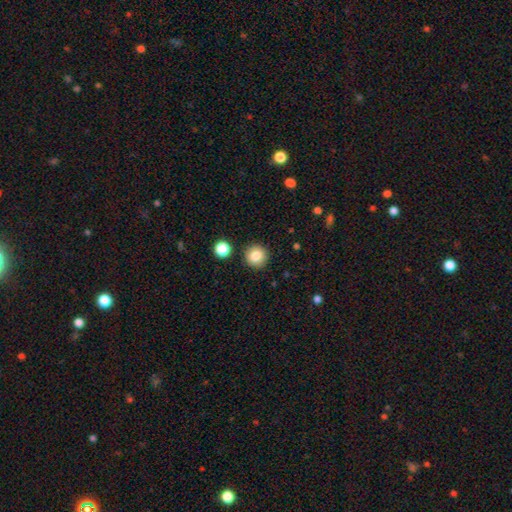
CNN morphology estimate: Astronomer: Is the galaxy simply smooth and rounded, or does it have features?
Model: smooth — 84%.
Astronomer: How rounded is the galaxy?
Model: round — 94%.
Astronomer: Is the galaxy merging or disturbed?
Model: none — 90%.